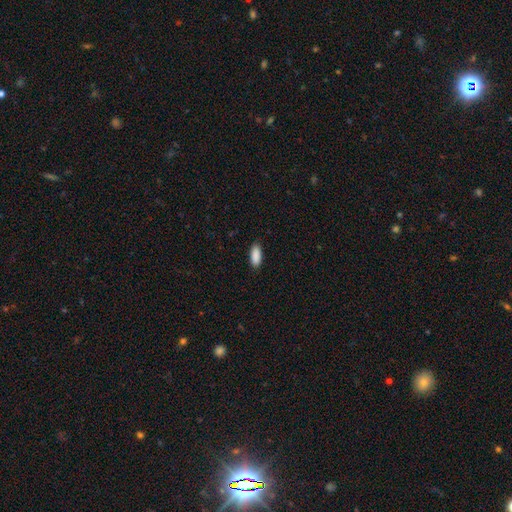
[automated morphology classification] This appears to be a smooth galaxy with no disk features (91%) that is in between round and cigar-shaped (81%). Merging: none (88%).